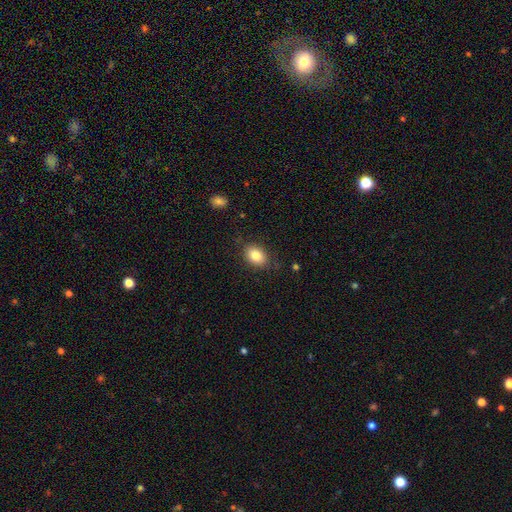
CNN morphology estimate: smooth_or_featured: smooth (p=0.84) [alt: star or artifact p=0.08]
how_rounded: in between (p=0.78) [alt: round p=0.20]
merging: none (p=0.83) [alt: minor disturbance p=0.13]